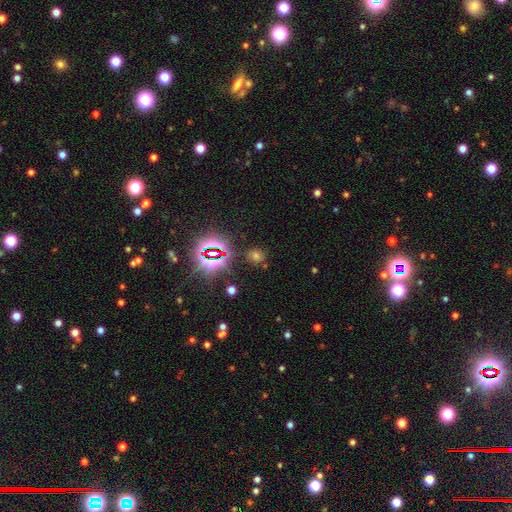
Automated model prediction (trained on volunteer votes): This appears to be a star or artifact, not a galaxy (50%).